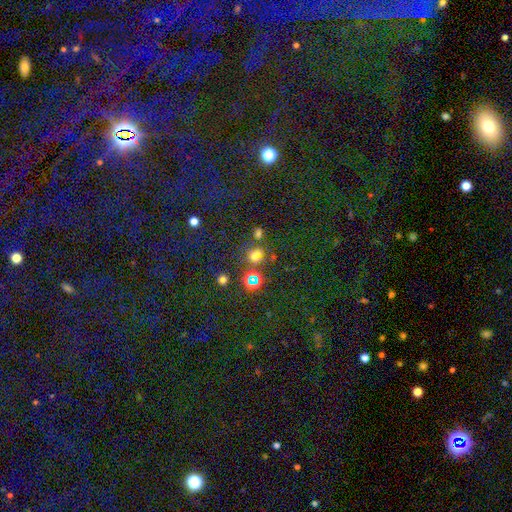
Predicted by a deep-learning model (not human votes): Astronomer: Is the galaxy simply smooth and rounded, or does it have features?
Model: star or artifact — 48% (runner-up: smooth, 42%).